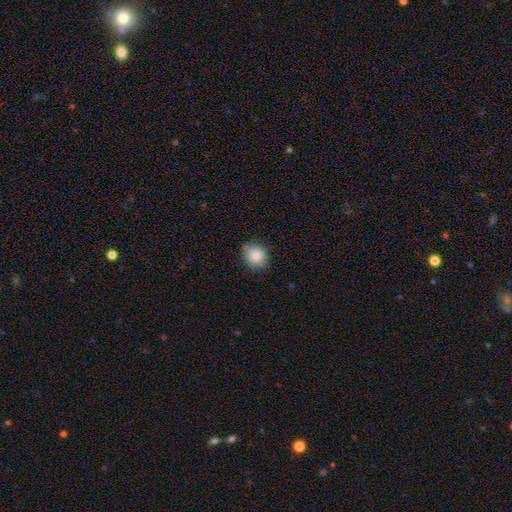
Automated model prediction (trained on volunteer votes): smooth 85%, star or artifact 8%, featured or disk 7%. Down the decision tree: how rounded — round (76%); merging — none (79%).